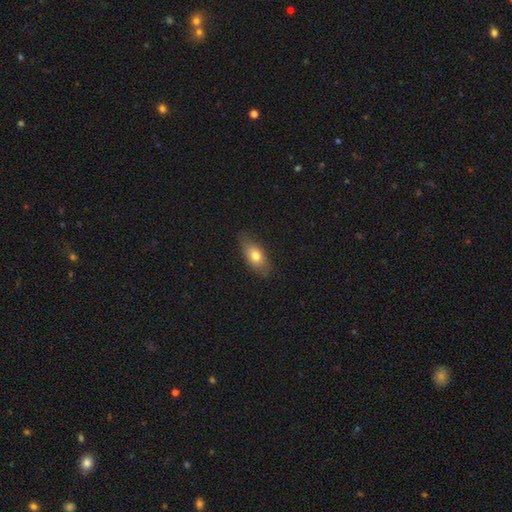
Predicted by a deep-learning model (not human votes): Smooth or featured: smooth — 73% (featured or disk — 20%)
How rounded: in between — 84% (cigar-shaped — 9%)
Merging: none — 78% (minor disturbance — 18%)